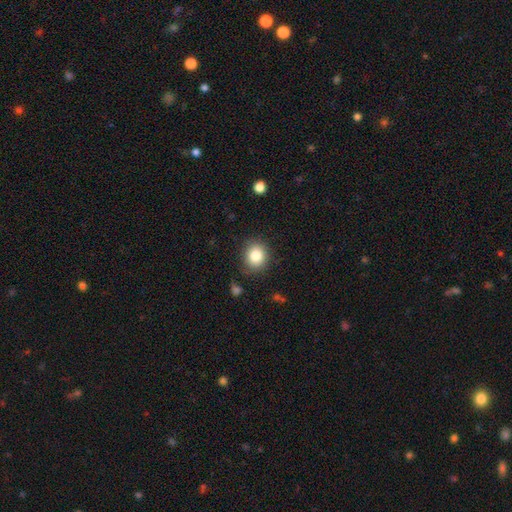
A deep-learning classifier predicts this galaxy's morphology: This is clearly a smooth galaxy (82%). How rounded: likely round (75%). Merging: clearly none (84%).